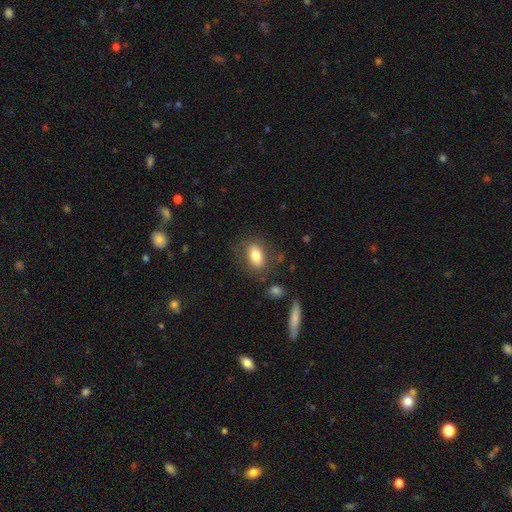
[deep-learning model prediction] smooth_or_featured: smooth (p=0.77) [alt: featured or disk p=0.15]
how_rounded: in between (p=0.84) [alt: round p=0.12]
merging: none (p=0.75) [alt: minor disturbance p=0.15]